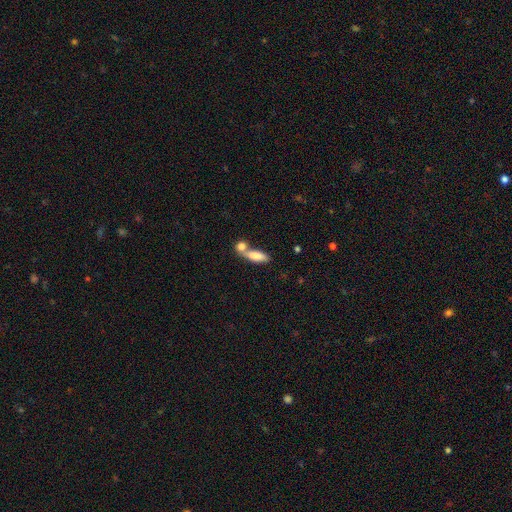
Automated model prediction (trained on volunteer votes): This is clearly a smooth galaxy (81%). How rounded: likely in between (65%). Merging: possibly merger (49%).